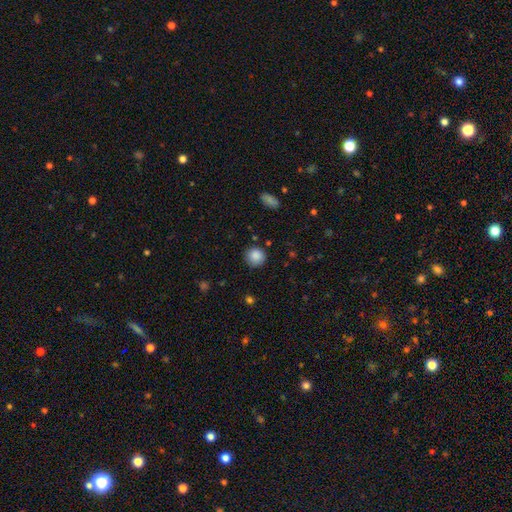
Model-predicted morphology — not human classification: The model was most divided on "merging": none: 86%, minor disturbance: 9%, major disturbance: 3%, merger: 2%. More confident: how rounded — round (91%); smooth or featured — smooth (87%).